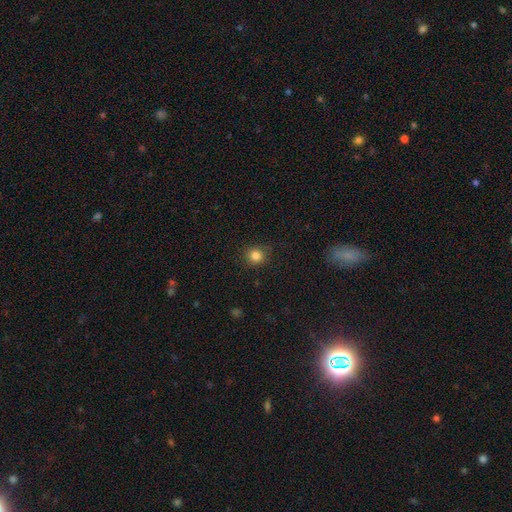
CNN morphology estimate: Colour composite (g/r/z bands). It shows a smooth galaxy with no disk features (83%) that is round (91%). Merging: none (89%).